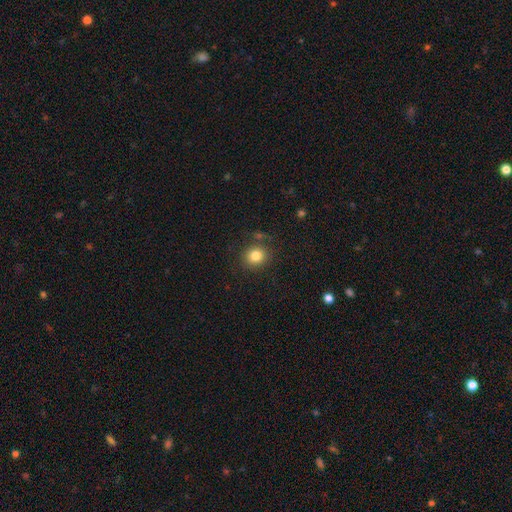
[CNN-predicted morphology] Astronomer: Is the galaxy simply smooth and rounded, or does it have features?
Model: smooth — 82%.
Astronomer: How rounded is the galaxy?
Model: round — 79%.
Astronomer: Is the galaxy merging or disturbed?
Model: none — 81%.